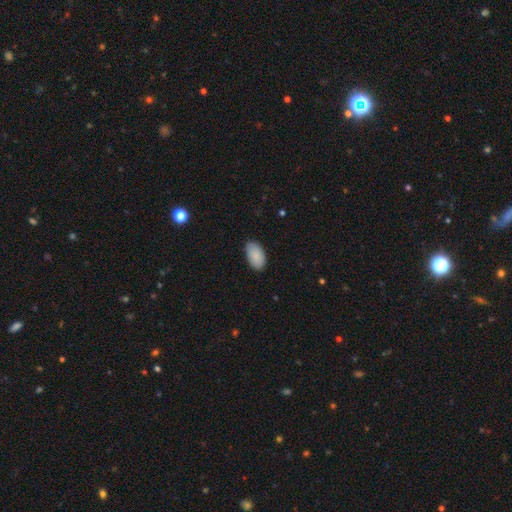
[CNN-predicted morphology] The model was most divided on "merging": none: 83%, minor disturbance: 14%, major disturbance: 2%, merger: 1%. More confident: how rounded — in between (95%); smooth or featured — smooth (89%).